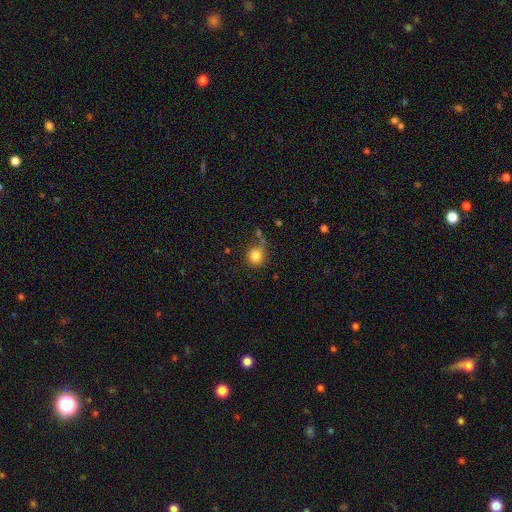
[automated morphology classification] A smooth galaxy with no disk features (82%) that is round (88%). Merging: none (69%).